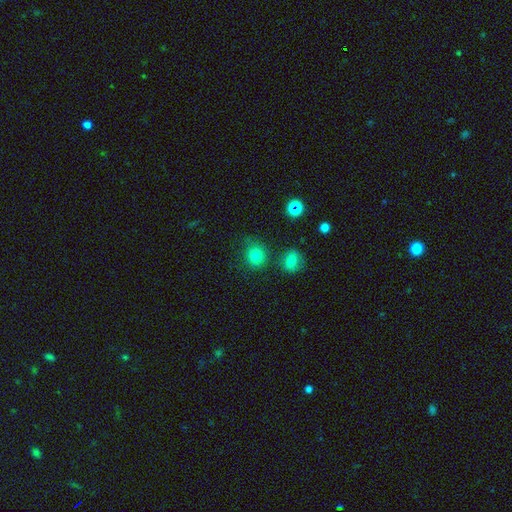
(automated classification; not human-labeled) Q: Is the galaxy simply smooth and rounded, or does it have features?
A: smooth — 79%.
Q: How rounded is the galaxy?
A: round — 83%.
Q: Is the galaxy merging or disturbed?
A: none — 71%.